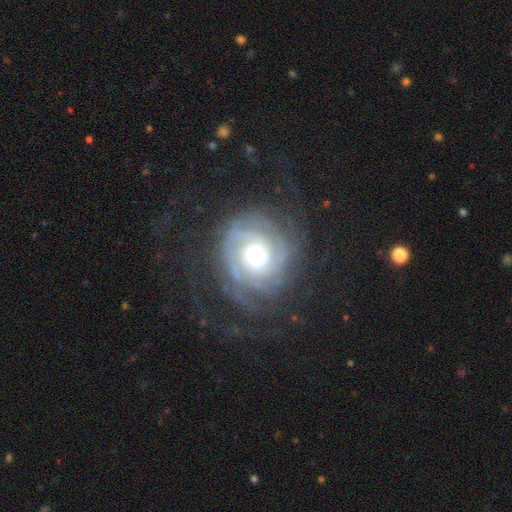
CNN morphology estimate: featured or disk 86%, smooth 7%, star or artifact 6%. Down the decision tree: edge-on disk — no (97%); bar — no (73%); spiral arms — yes (96%); spiral arm count — can't tell (31%); spiral winding — tight (76%); bulge size — moderate (56%); merging — none (69%).